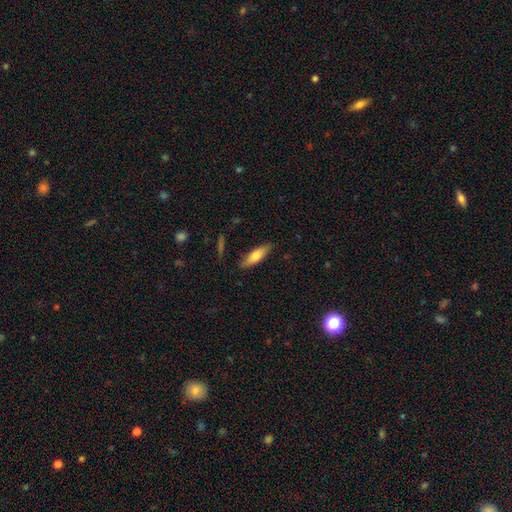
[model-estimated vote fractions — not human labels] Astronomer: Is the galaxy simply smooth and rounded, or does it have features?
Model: smooth — 70%.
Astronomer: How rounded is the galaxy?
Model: cigar-shaped — 53% (runner-up: in between, 46%).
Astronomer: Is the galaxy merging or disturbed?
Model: none — 84%.